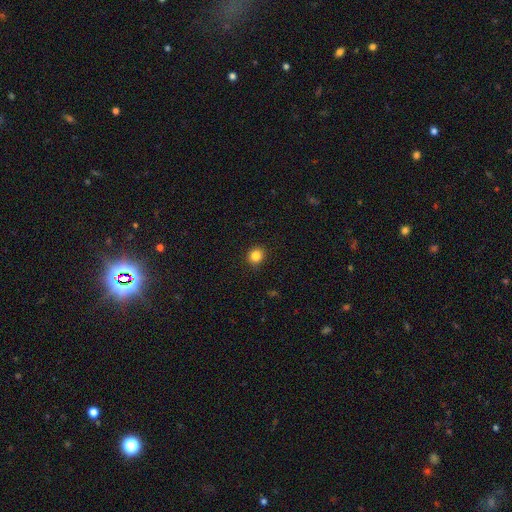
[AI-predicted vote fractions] A smooth galaxy with no disk features (84%) that is round (82%). Merging: none (91%).